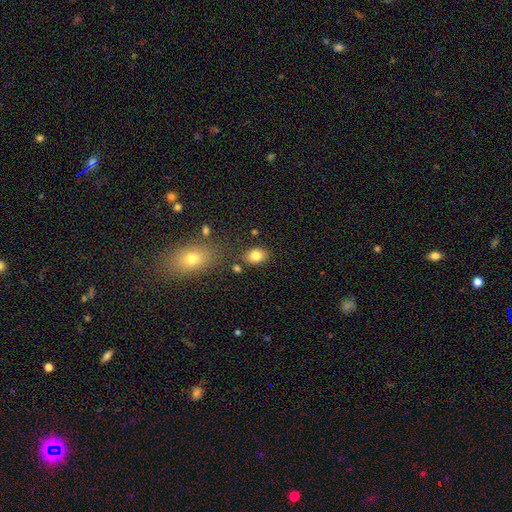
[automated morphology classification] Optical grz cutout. It shows a smooth galaxy with no disk features (82%) that is in between round and cigar-shaped (70%). Merging: none (79%).